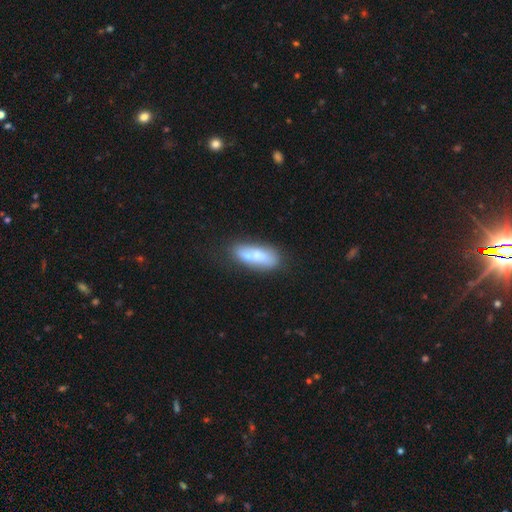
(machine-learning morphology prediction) smooth-or-featured: smooth: 62% | featured or disk: 30% | star or artifact: 8%
  how-rounded: in between: 70% | cigar-shaped: 25% | round: 4%
  merging: none: 40% | merger: 39% | minor disturbance: 15% | major disturbance: 6%